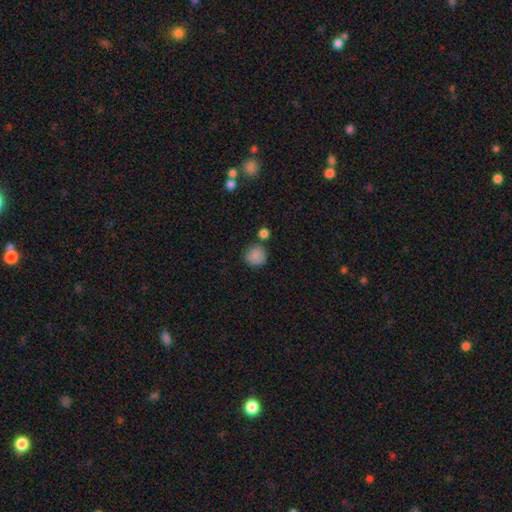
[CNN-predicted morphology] A smooth galaxy with no disk features (86%) that is round (91%).

Vote fractions:
- Smooth or featured? smooth: 86% / star or artifact: 9% / featured or disk: 4%
- How rounded? round: 91% / in between: 8% / cigar-shaped: 1%
- Merging? none: 75% / minor disturbance: 11% / merger: 10% / major disturbance: 3%